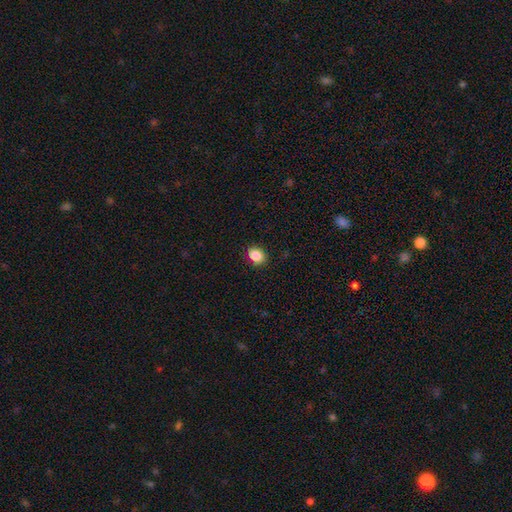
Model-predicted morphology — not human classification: A smooth galaxy with no disk features (87%) that is round (50%). Merging: none (87%).